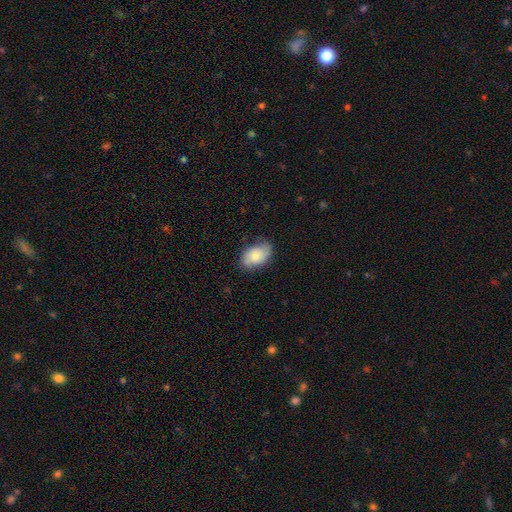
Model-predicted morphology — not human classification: Smooth or featured?
  - smooth: 65% *
  - featured or disk: 27%
  - star or artifact: 7%
How rounded?
  - in between: 90% *
  - round: 9%
  - cigar-shaped: 1%
Merging?
  - none: 70% *
  - minor disturbance: 24%
  - major disturbance: 6%
  - merger: 1%